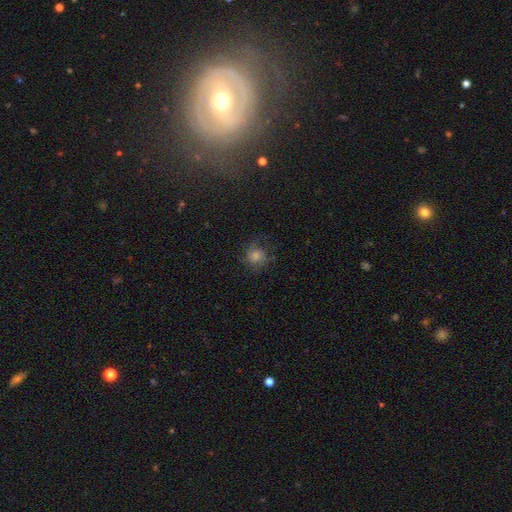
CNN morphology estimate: A featured or disk galaxy (45%). Merging: none (70%).